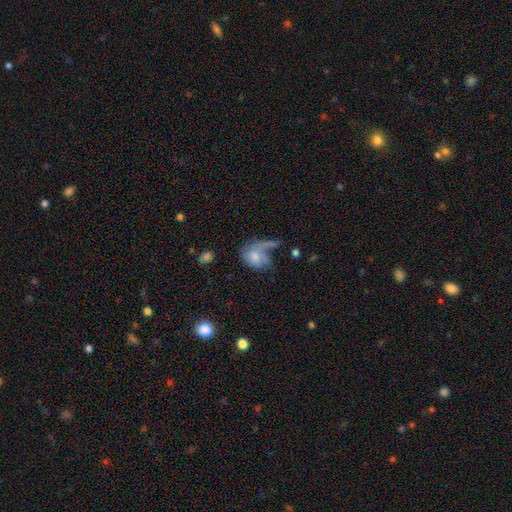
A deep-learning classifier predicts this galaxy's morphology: The model was most divided on "merging": major disturbance: 32%, none: 29%, minor disturbance: 20%, merger: 19%. More confident: smooth or featured — smooth (61%); how rounded — in between (58%).